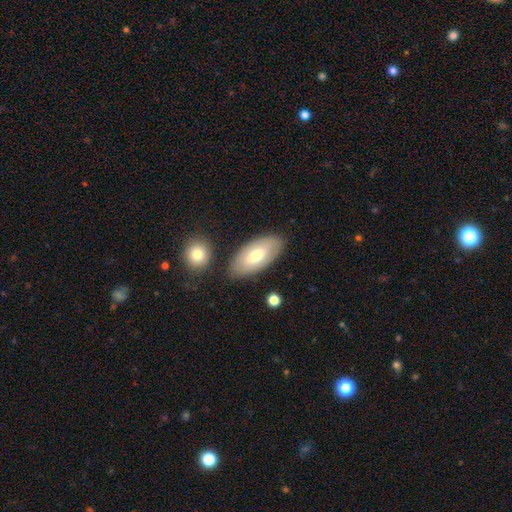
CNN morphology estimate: Smooth or featured? smooth (66%)
How rounded? in between (92%)
Merging? none (82%)